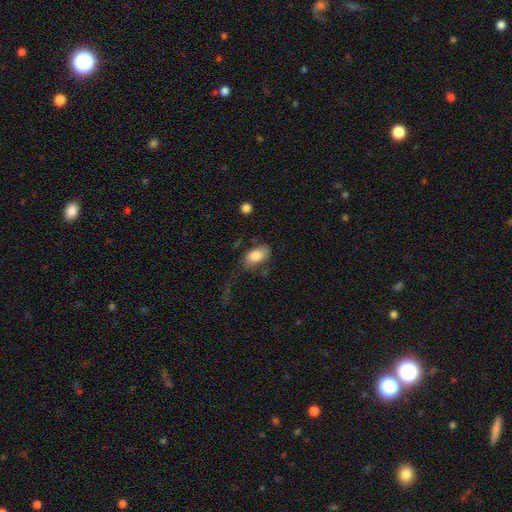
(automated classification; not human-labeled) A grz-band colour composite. It shows a smooth galaxy with no disk features (80%) that is in between round and cigar-shaped (93%). Merging: none (47%).